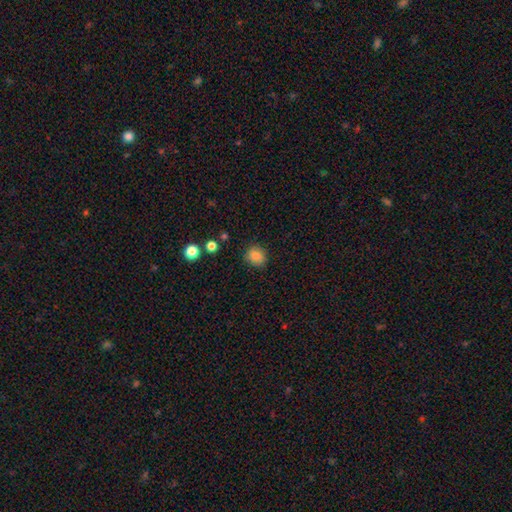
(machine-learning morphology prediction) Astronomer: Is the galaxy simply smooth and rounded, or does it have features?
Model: smooth — 85%.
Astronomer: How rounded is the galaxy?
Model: round — 75%.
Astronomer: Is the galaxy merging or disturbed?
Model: none — 85%.